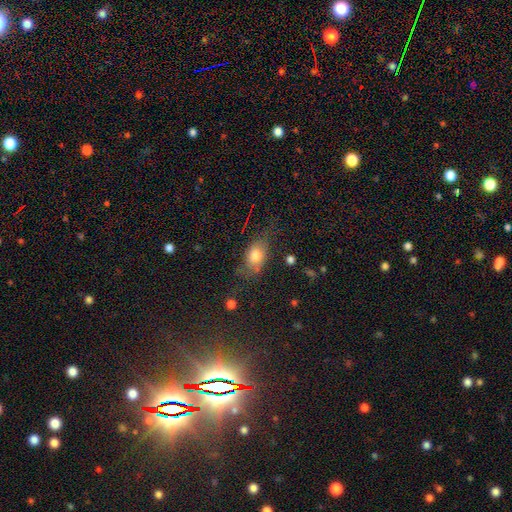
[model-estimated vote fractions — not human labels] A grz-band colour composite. It shows a smooth galaxy with no disk features (73%) that is in between round and cigar-shaped (77%). Merging: none (57%).